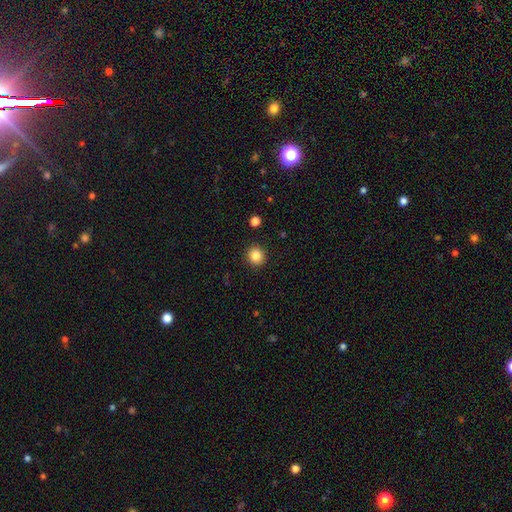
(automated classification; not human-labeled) A smooth galaxy with no disk features (84%) that is round (90%).

Vote fractions:
- Smooth or featured? smooth: 84% / star or artifact: 10% / featured or disk: 5%
- How rounded? round: 90% / in between: 10% / cigar-shaped: 1%
- Merging? none: 92% / minor disturbance: 5% / major disturbance: 2% / merger: 1%